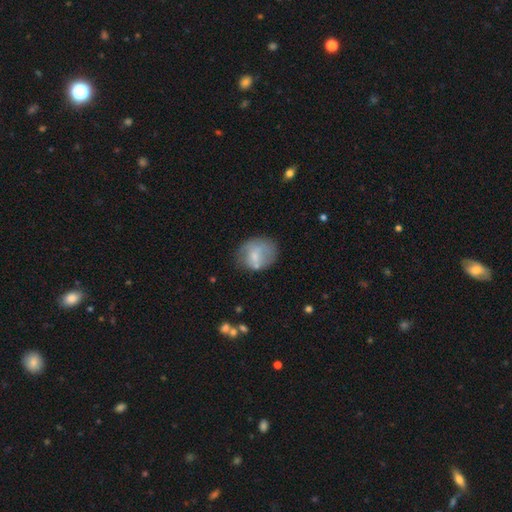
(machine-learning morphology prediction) Overall: smooth (61%; featured or disk 31%). How rounded: round (51%; in between 48%). Merging: none (54%; minor disturbance 27%).